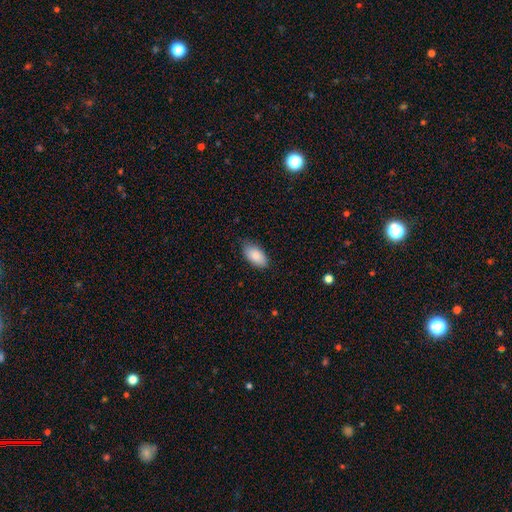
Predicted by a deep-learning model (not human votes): A smooth galaxy with no disk features (86%) that is in between round and cigar-shaped (94%).

Vote fractions:
- Smooth or featured? smooth: 86% / featured or disk: 7% / star or artifact: 7%
- How rounded? in between: 94% / cigar-shaped: 3% / round: 3%
- Merging? none: 81% / minor disturbance: 15% / major disturbance: 3% / merger: 1%